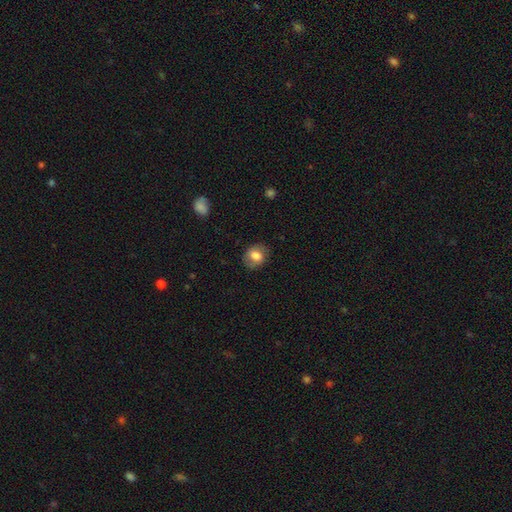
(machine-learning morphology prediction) Q: Smooth or featured?
A: smooth (68%); runner-up: featured or disk (24%)
Q: How rounded?
A: round (50%); runner-up: in between (49%)
Q: Merging?
A: none (77%); runner-up: minor disturbance (16%)